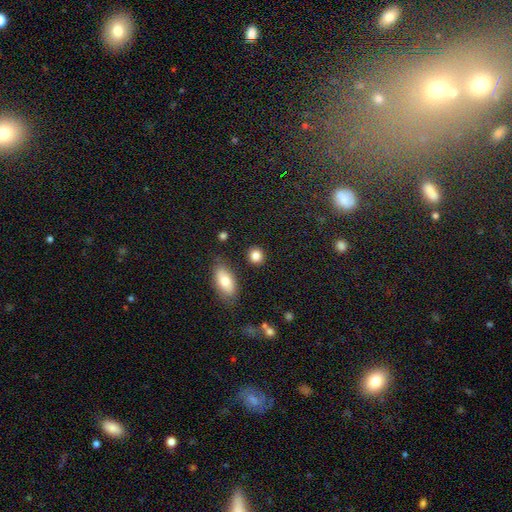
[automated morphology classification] smooth_or_featured: smooth (p=0.85) [alt: star or artifact p=0.09]
how_rounded: round (p=0.76) [alt: in between p=0.22]
merging: none (p=0.86) [alt: minor disturbance p=0.08]